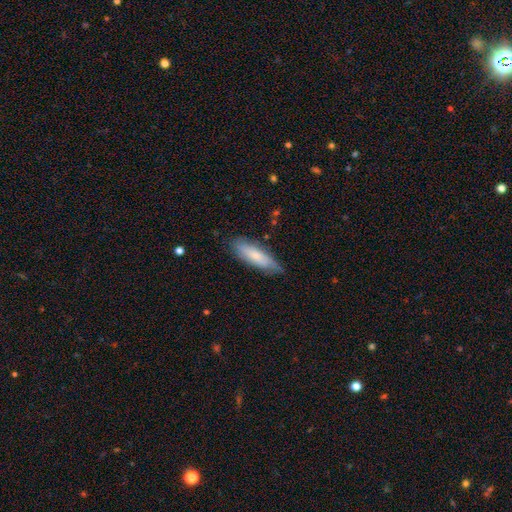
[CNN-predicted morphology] Smooth or featured?
  - smooth: 70% *
  - featured or disk: 24%
  - star or artifact: 6%
How rounded?
  - cigar-shaped: 53% *
  - in between: 46%
  - round: 2%
Merging?
  - none: 75% *
  - minor disturbance: 20%
  - major disturbance: 4%
  - merger: 1%